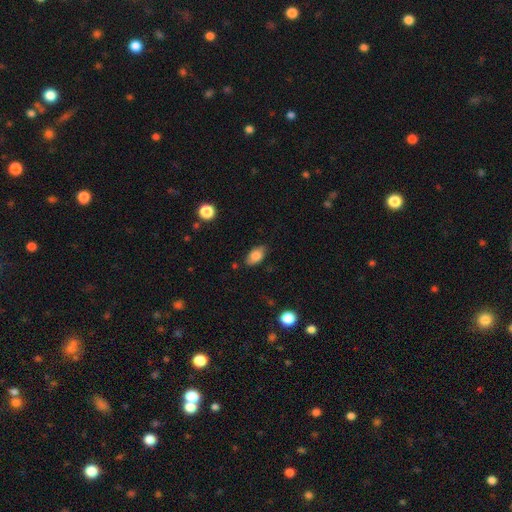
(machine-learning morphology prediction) A smooth galaxy with no disk features (82%) that is in between round and cigar-shaped (91%).

Vote fractions:
- Smooth or featured? smooth: 82% / featured or disk: 10% / star or artifact: 8%
- How rounded? in between: 91% / round: 7% / cigar-shaped: 3%
- Merging? none: 80% / minor disturbance: 15% / major disturbance: 3% / merger: 2%